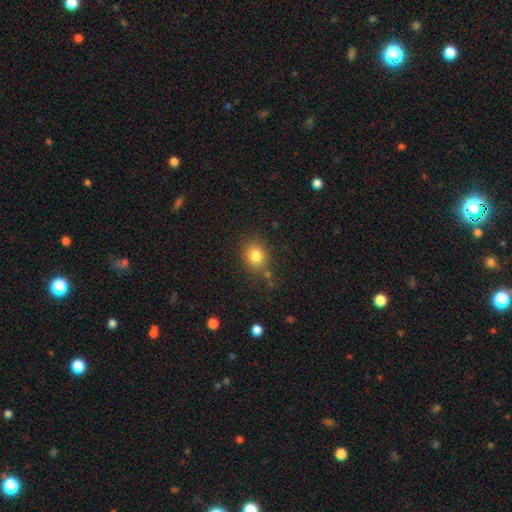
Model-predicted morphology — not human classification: Smooth or featured?
  - smooth: 82% *
  - star or artifact: 11%
  - featured or disk: 7%
How rounded?
  - round: 69% *
  - in between: 30%
  - cigar-shaped: 1%
Merging?
  - none: 79% *
  - minor disturbance: 13%
  - merger: 4%
  - major disturbance: 4%